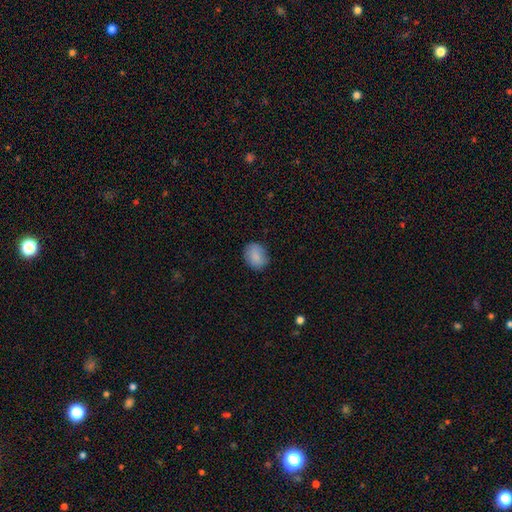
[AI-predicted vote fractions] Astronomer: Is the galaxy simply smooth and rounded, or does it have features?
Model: smooth — 85%.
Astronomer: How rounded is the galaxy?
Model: in between — 52% (runner-up: round, 47%).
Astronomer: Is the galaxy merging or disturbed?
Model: none — 80%.